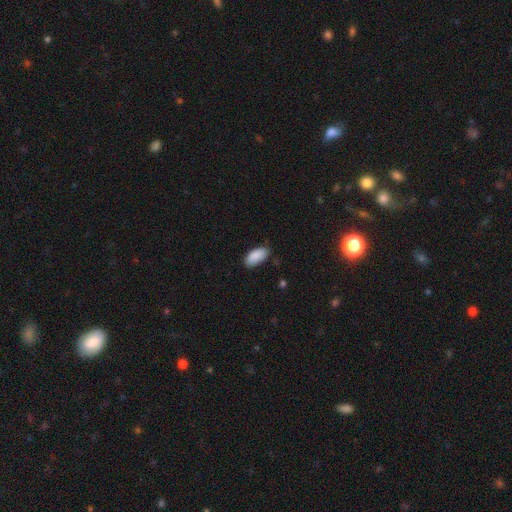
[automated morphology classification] The model was most divided on "merging": none: 81%, minor disturbance: 15%, major disturbance: 2%, merger: 1%. More confident: how rounded — in between (93%); smooth or featured — smooth (90%).